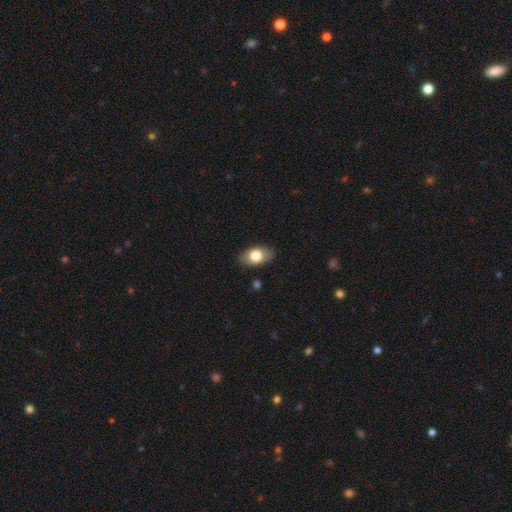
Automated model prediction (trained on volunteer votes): Smooth or featured? smooth (74%)
How rounded? in between (89%)
Merging? none (85%)